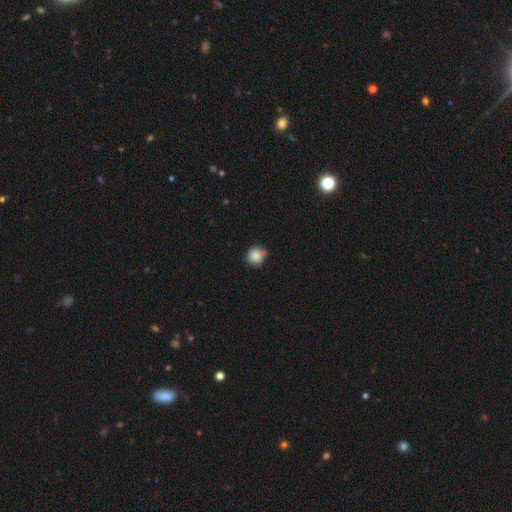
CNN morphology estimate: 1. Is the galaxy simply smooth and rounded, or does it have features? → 87% smooth, 9% star or artifact, 4% featured or disk.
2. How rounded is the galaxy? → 88% round, 11% in between, 1% cigar-shaped.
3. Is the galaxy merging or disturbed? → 74% none, 20% minor disturbance, 3% major disturbance, 3% merger.